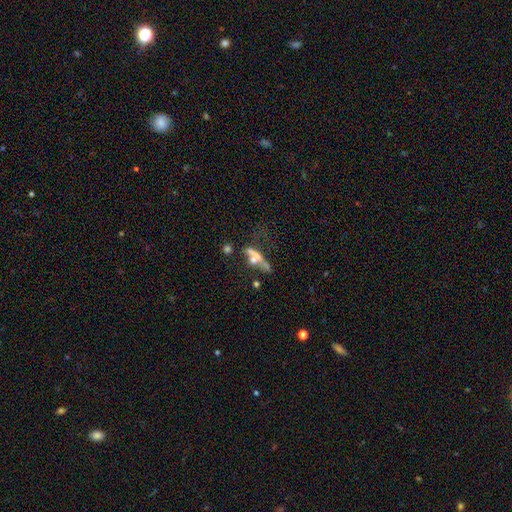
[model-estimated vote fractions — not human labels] This appears to be a featured or disk galaxy (46%). Merging: merger (34%).